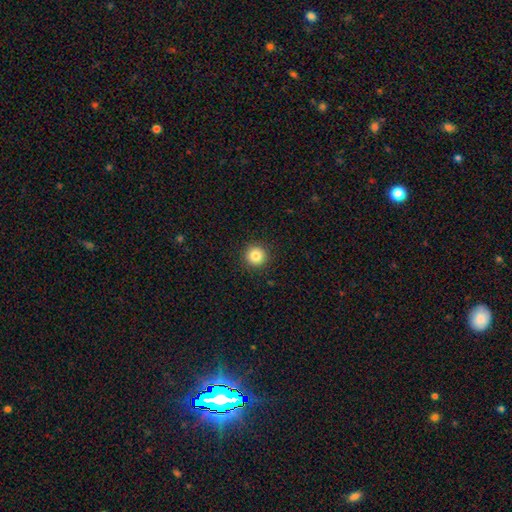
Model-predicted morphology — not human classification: Smooth or featured? Predicted: smooth (p=0.84). How rounded? Predicted: round (p=0.95). Merging? Predicted: none (p=0.92).